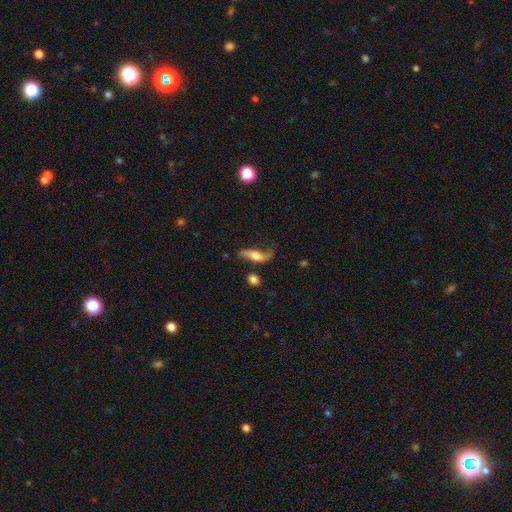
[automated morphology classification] smooth_or_featured: featured or disk (p=0.63) [alt: smooth p=0.29]
disk_edge_on: no (p=0.74) [alt: yes p=0.26]
merging: none (p=0.57) [alt: minor disturbance p=0.22]